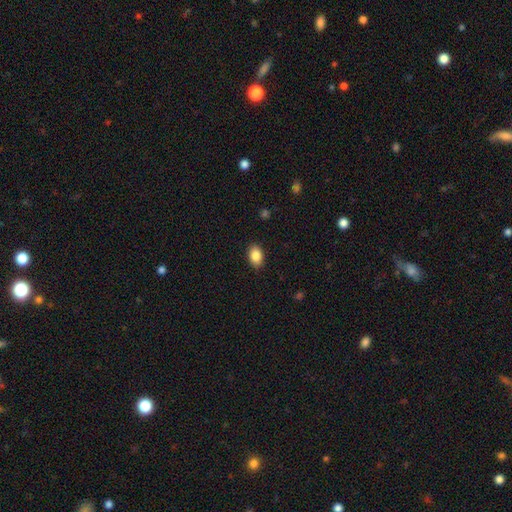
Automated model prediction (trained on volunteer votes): Smooth or featured?
  - smooth: 87% *
  - star or artifact: 8%
  - featured or disk: 6%
How rounded?
  - in between: 87% *
  - round: 11%
  - cigar-shaped: 1%
Merging?
  - none: 89% *
  - minor disturbance: 8%
  - major disturbance: 2%
  - merger: 1%